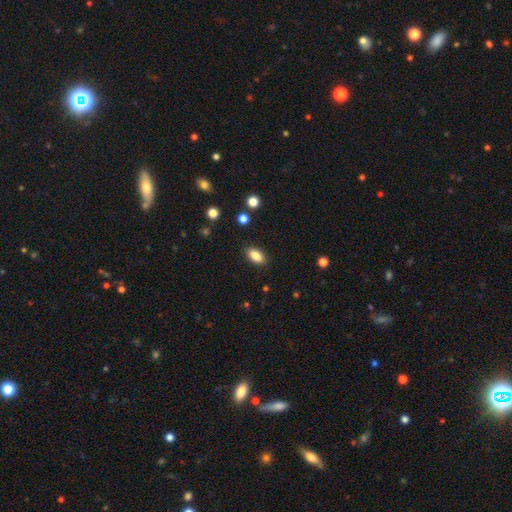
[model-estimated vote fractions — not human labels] Smooth or featured?
  - smooth: 86% *
  - star or artifact: 8%
  - featured or disk: 6%
How rounded?
  - in between: 90% *
  - round: 5%
  - cigar-shaped: 5%
Merging?
  - none: 88% *
  - minor disturbance: 8%
  - major disturbance: 2%
  - merger: 1%